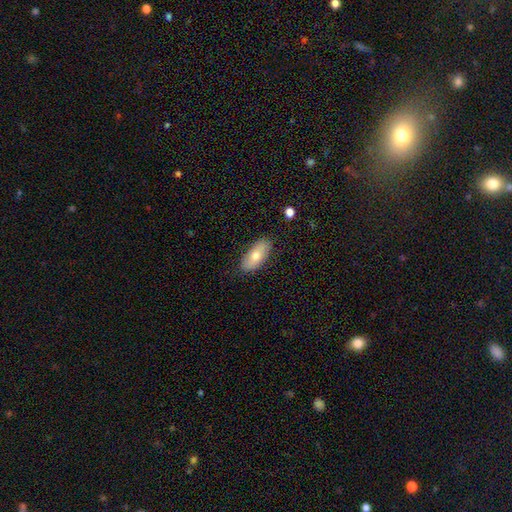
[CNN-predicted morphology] smooth_or_featured: smooth (p=0.70) [alt: featured or disk p=0.24]
how_rounded: in between (p=0.87) [alt: cigar-shaped p=0.11]
merging: none (p=0.85) [alt: minor disturbance p=0.12]